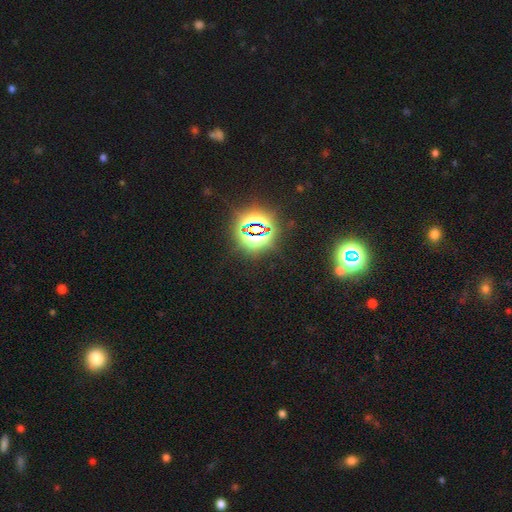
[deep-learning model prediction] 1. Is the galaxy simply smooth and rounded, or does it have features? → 83% star or artifact, 11% smooth, 6% featured or disk.